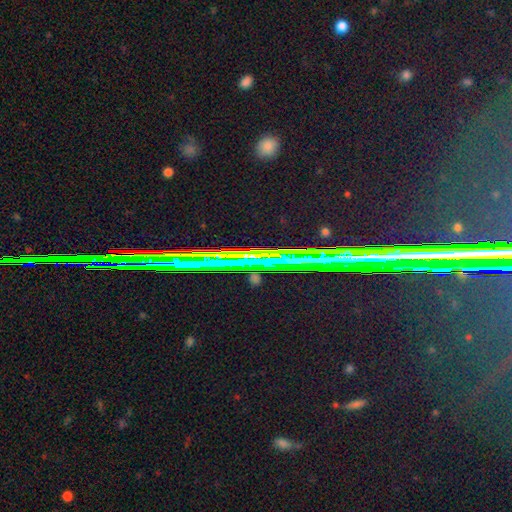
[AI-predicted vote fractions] This appears to be a star or artifact, not a galaxy (76%).